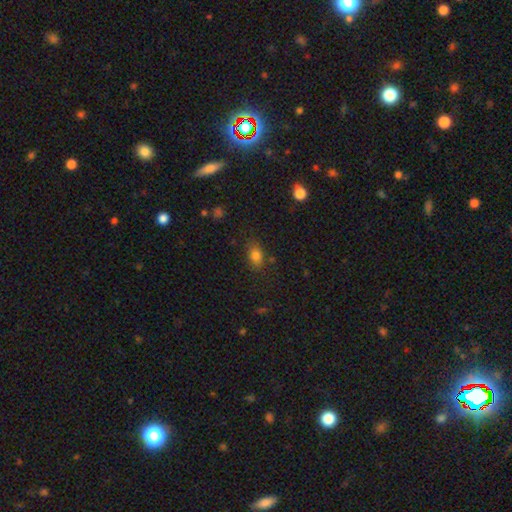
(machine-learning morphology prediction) smooth-or-featured: smooth: 80% | star or artifact: 12% | featured or disk: 8%
  how-rounded: in between: 80% | round: 17% | cigar-shaped: 3%
  merging: none: 76% | minor disturbance: 16% | major disturbance: 4% | merger: 3%